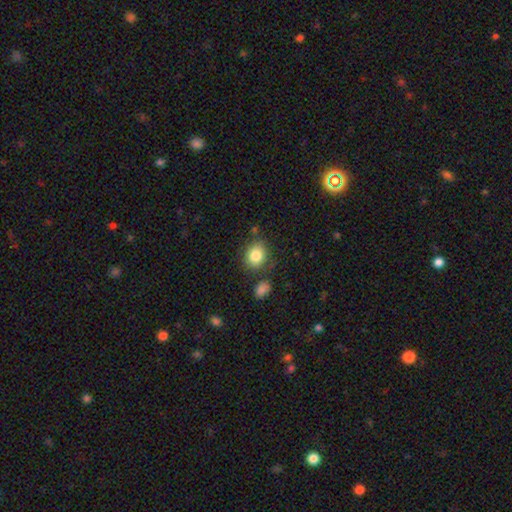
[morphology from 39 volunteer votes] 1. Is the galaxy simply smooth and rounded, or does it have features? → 85% smooth, 10% star or artifact, 5% featured or disk.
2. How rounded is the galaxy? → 61% round, 39% in between, 0% cigar-shaped.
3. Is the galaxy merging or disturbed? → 77% none, 11% minor disturbance, 9% merger, 3% major disturbance.